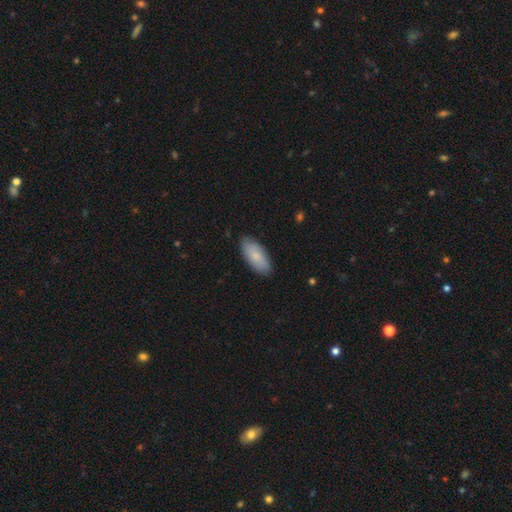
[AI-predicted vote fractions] A smooth galaxy with no disk features (81%) that is in between round and cigar-shaped (87%). Merging: none (85%).